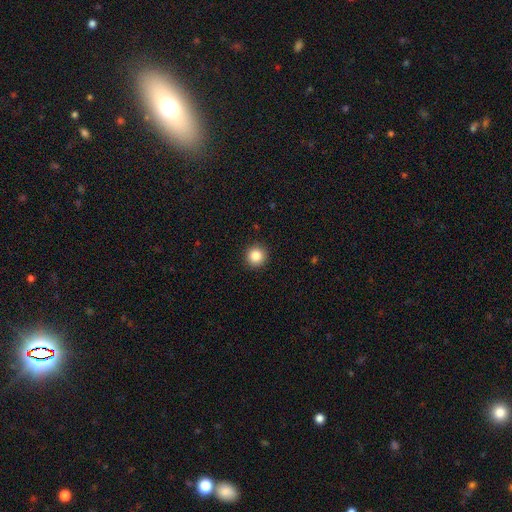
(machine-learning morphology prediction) Smooth or featured?
  - smooth: 86% *
  - star or artifact: 10%
  - featured or disk: 4%
How rounded?
  - round: 95% *
  - in between: 4%
  - cigar-shaped: 1%
Merging?
  - none: 93% *
  - minor disturbance: 5%
  - major disturbance: 2%
  - merger: 1%